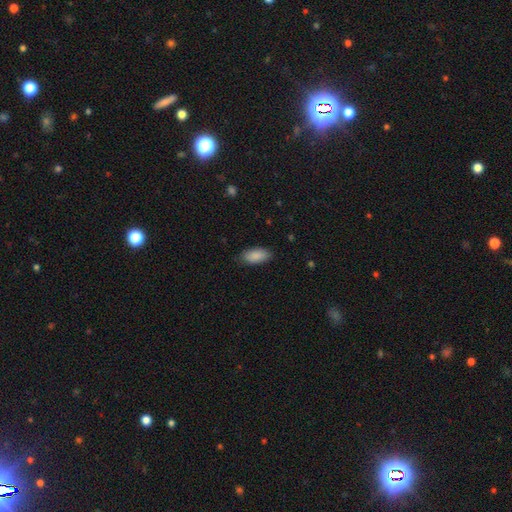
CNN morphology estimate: A smooth galaxy with no disk features (89%) that is in between round and cigar-shaped (91%). Merging: none (85%).